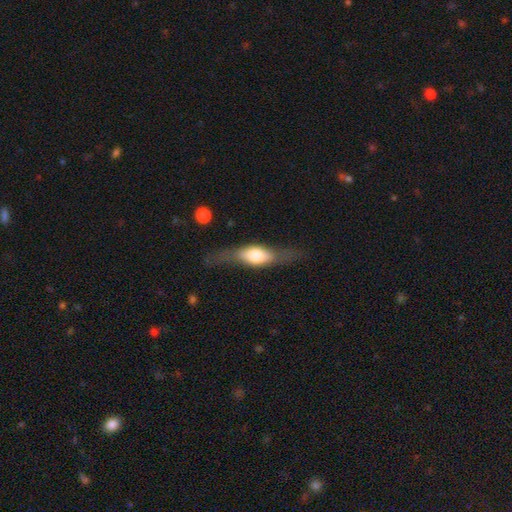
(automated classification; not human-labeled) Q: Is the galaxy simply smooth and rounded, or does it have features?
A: featured or disk — 51%.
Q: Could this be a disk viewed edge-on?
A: yes — 83%.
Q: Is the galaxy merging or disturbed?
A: none — 69%.